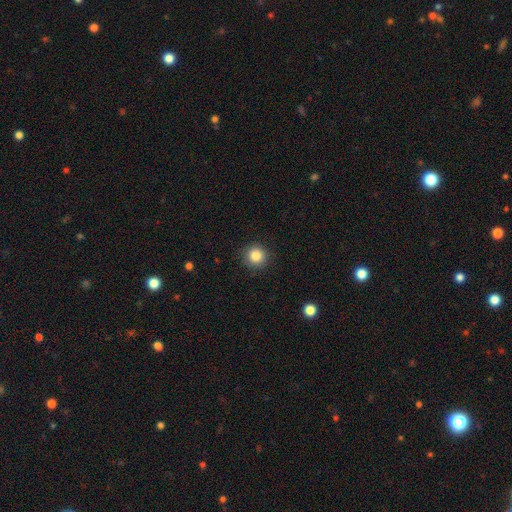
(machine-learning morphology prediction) A smooth galaxy with no disk features (85%) that is round (93%). Merging: none (89%).